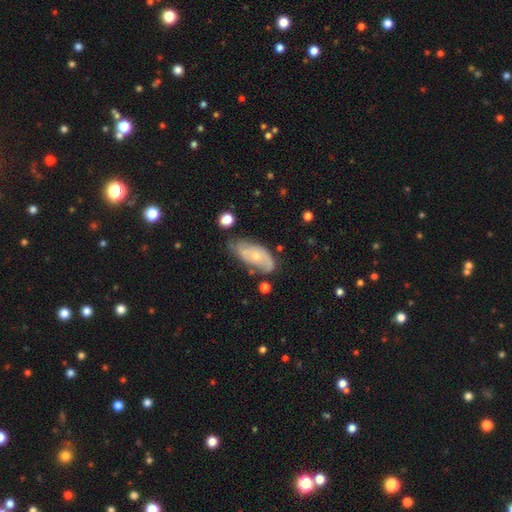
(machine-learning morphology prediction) Smooth or featured? featured or disk (66%)
Edge-on disk? no (93%)
Bar? no (77%)
Spiral arms? yes (83%)
Spiral winding? tight (43%)
Spiral arm count? 2 (54%)
Bulge size? small (70%)
Merging? none (57%)